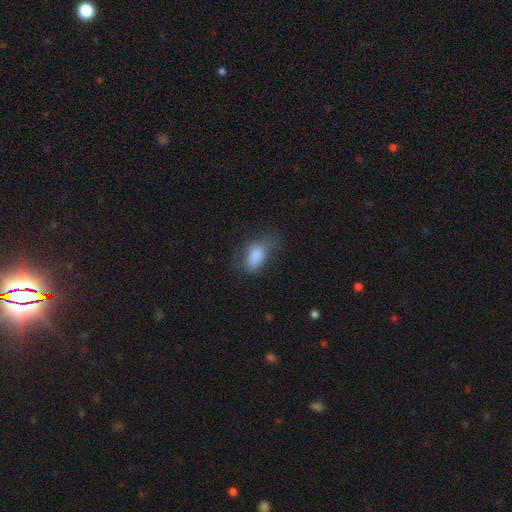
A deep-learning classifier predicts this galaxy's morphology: Smooth or featured?
  - smooth: 82% *
  - featured or disk: 10%
  - star or artifact: 8%
How rounded?
  - in between: 90% *
  - round: 7%
  - cigar-shaped: 3%
Merging?
  - none: 49% *
  - minor disturbance: 30%
  - major disturbance: 19%
  - merger: 2%